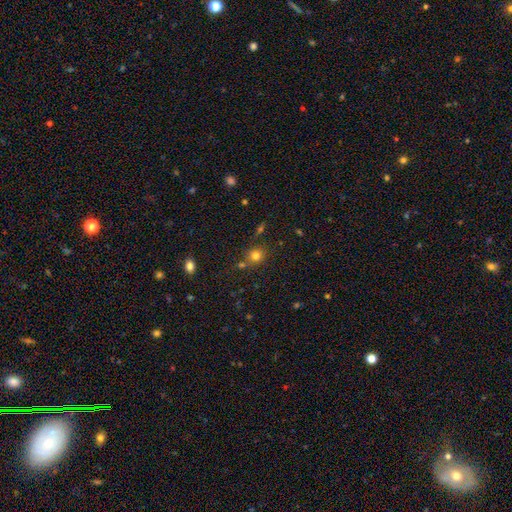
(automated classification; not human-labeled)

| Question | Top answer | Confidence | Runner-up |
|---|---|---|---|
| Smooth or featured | smooth | 77% | star or artifact (15%) |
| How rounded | round | 84% | in between (15%) |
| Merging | none | 71% | merger (15%) |